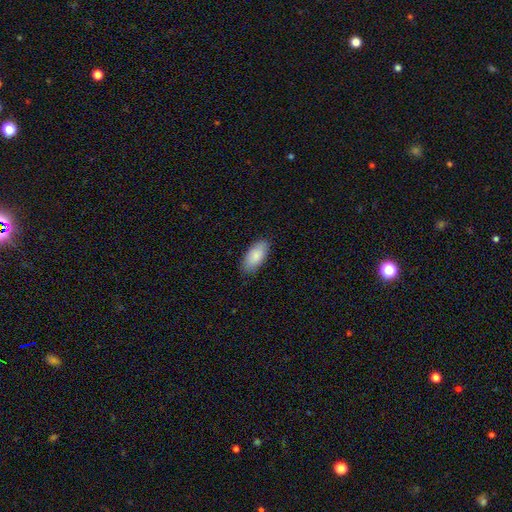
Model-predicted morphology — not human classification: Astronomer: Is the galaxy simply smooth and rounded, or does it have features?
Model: smooth — 86%.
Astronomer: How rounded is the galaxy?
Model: in between — 90%.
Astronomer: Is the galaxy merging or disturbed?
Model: none — 87%.